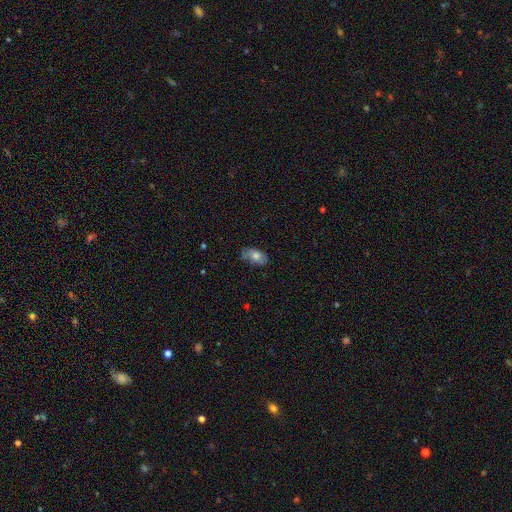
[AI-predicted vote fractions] Smooth or featured? Predicted: smooth (p=0.75). How rounded? Predicted: in between (p=0.91). Merging? Predicted: none (p=0.68).